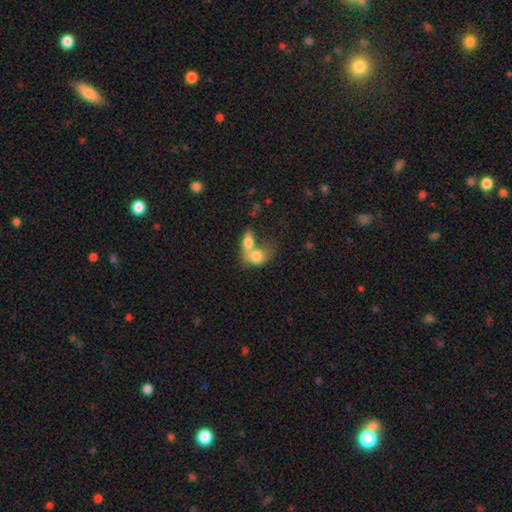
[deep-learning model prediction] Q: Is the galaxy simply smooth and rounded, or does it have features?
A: smooth — 74%.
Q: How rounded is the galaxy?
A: in between — 66%.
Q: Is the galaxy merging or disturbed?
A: merger — 75%.